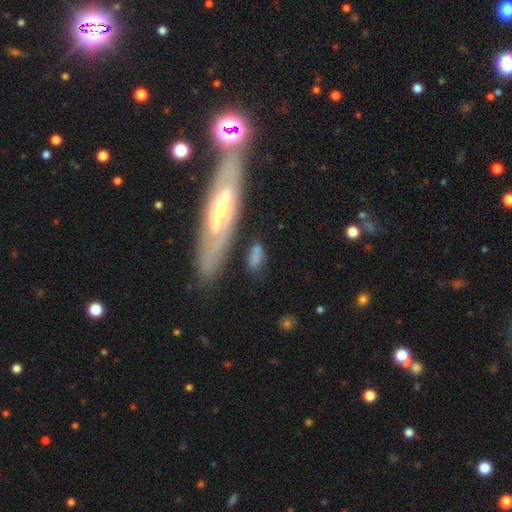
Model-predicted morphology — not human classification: A smooth galaxy with no disk features (65%) that is in between round and cigar-shaped (69%).

Vote fractions:
- Smooth or featured? smooth: 65% / featured or disk: 27% / star or artifact: 8%
- How rounded? in between: 69% / cigar-shaped: 23% / round: 8%
- Merging? none: 60% / minor disturbance: 20% / major disturbance: 10% / merger: 10%